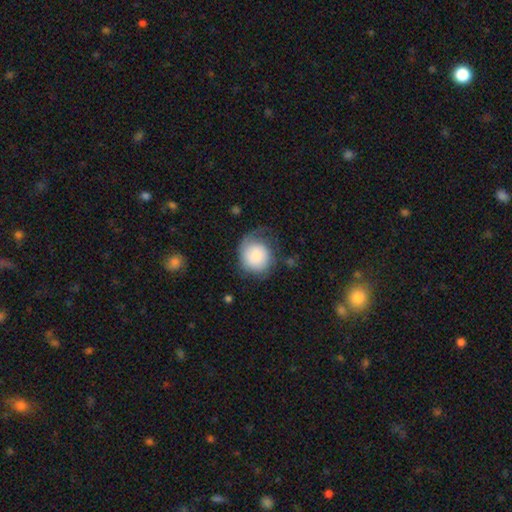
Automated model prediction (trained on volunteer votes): Q: Smooth or featured?
A: smooth (67%); runner-up: featured or disk (26%)
Q: How rounded?
A: round (80%); runner-up: in between (19%)
Q: Merging?
A: none (45%); runner-up: minor disturbance (30%)